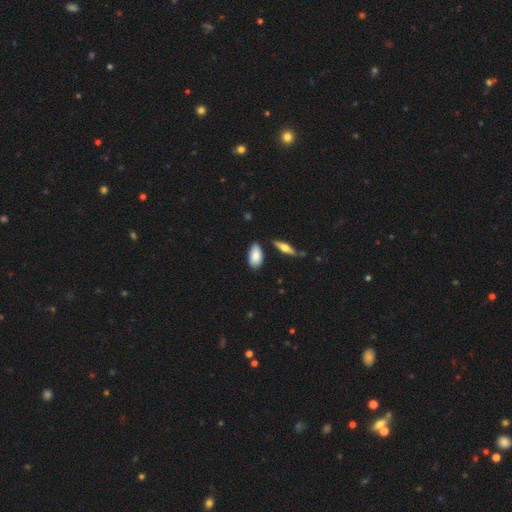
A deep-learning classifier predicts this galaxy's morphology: Q: Smooth or featured?
A: smooth (79%); runner-up: featured or disk (15%)
Q: How rounded?
A: in between (91%); runner-up: cigar-shaped (6%)
Q: Merging?
A: none (78%); runner-up: minor disturbance (14%)